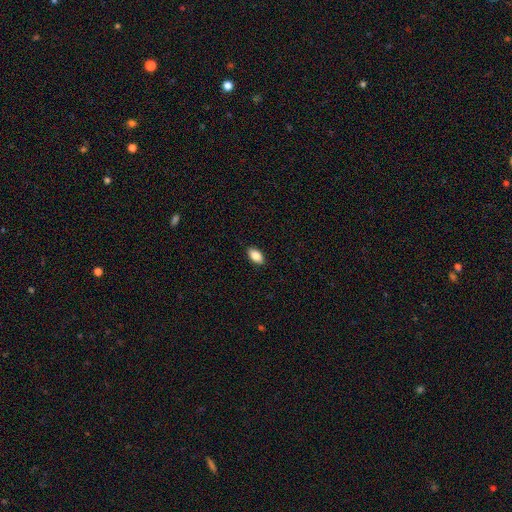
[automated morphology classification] Q: Smooth or featured?
A: smooth (88%); runner-up: star or artifact (7%)
Q: How rounded?
A: in between (93%); runner-up: round (4%)
Q: Merging?
A: none (89%); runner-up: minor disturbance (9%)